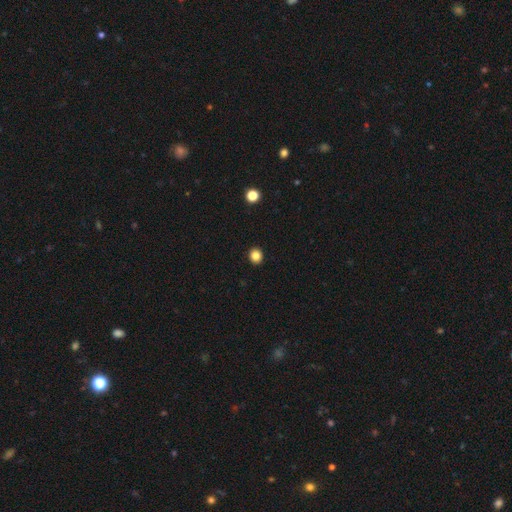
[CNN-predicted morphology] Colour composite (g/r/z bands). It shows a smooth galaxy with no disk features (85%) that is round (83%). Merging: none (93%).